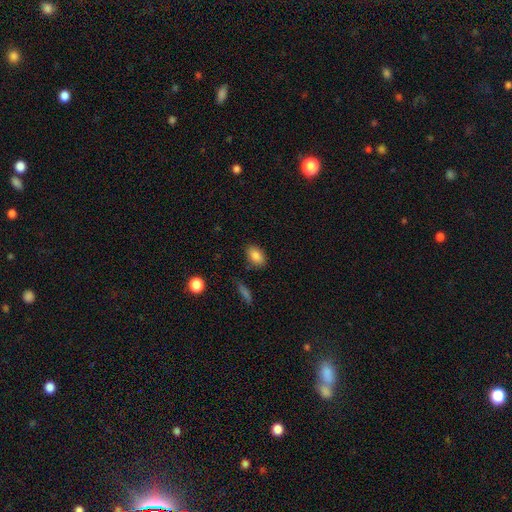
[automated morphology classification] smooth-or-featured: smooth: 86% | star or artifact: 8% | featured or disk: 6%
  how-rounded: in between: 86% | round: 12% | cigar-shaped: 2%
  merging: none: 82% | minor disturbance: 12% | major disturbance: 3% | merger: 3%